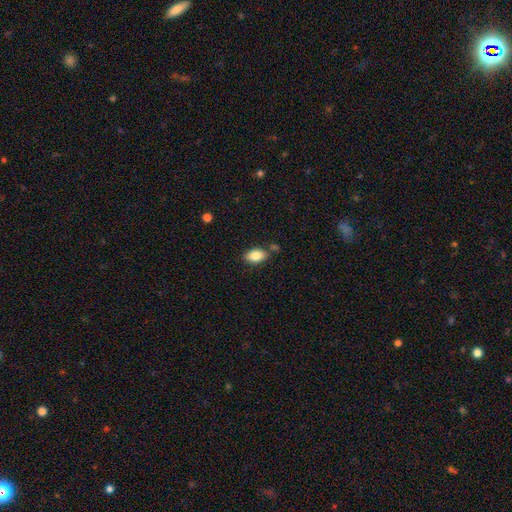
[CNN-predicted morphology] Smooth or featured: smooth — 85% (featured or disk — 8%)
How rounded: in between — 92% (round — 6%)
Merging: none — 77% (minor disturbance — 14%)